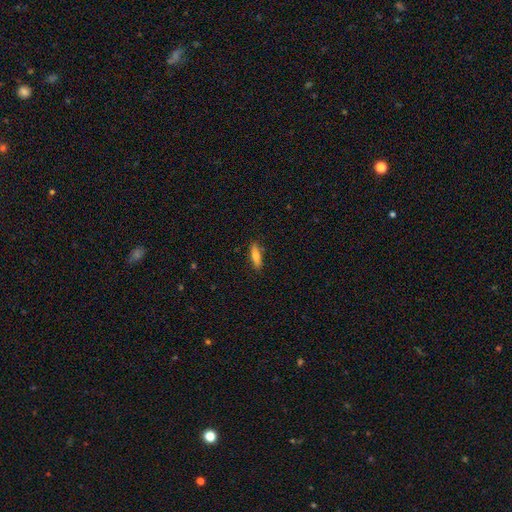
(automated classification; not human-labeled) Q: Smooth or featured?
A: smooth (71%); runner-up: featured or disk (23%)
Q: How rounded?
A: cigar-shaped (54%); runner-up: in between (43%)
Q: Merging?
A: none (84%); runner-up: minor disturbance (12%)